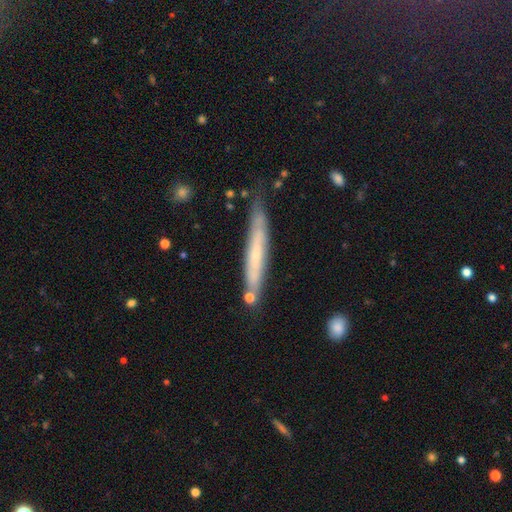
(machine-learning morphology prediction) The model was most divided on "smooth or featured": smooth: 49%, featured or disk: 44%, star or artifact: 7%. More confident: merging — none (70%).